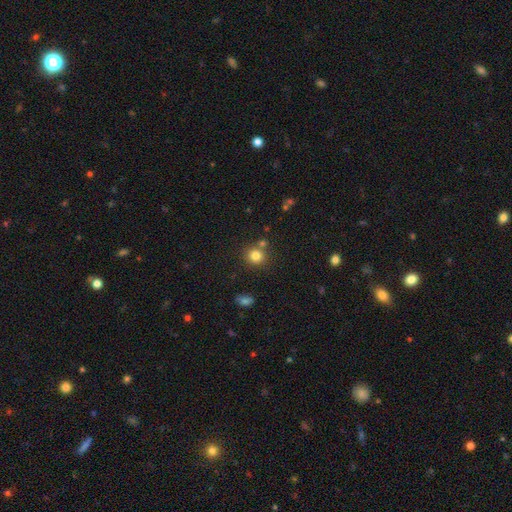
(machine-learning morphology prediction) Smooth or featured? smooth (81%)
How rounded? round (88%)
Merging? none (75%)